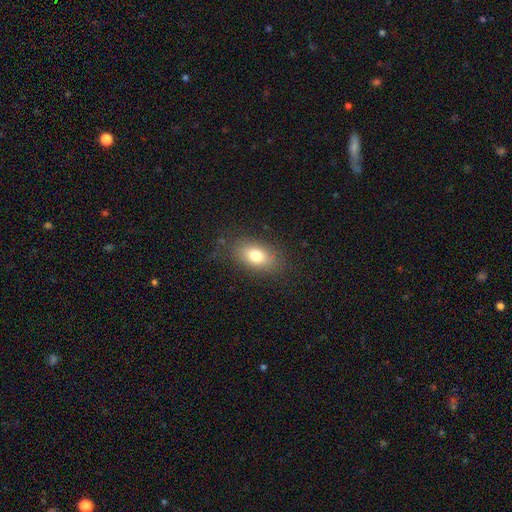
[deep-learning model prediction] Smooth or featured?
  - smooth: 78% *
  - featured or disk: 13%
  - star or artifact: 9%
How rounded?
  - in between: 87% *
  - round: 10%
  - cigar-shaped: 3%
Merging?
  - none: 81% *
  - minor disturbance: 13%
  - major disturbance: 5%
  - merger: 1%